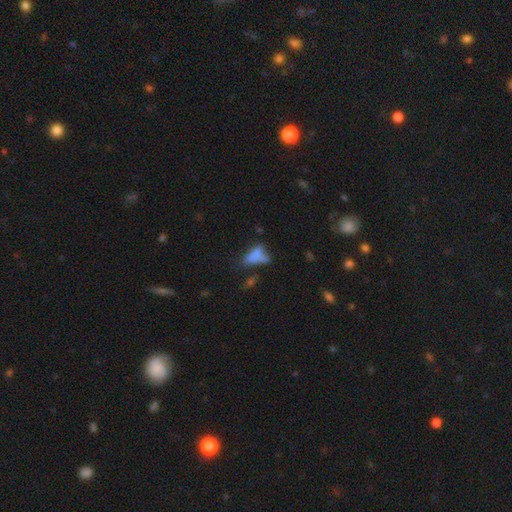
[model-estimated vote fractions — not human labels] This is likely a smooth galaxy (66%). How rounded: likely in between (69%). Merging: marginally none (33%).